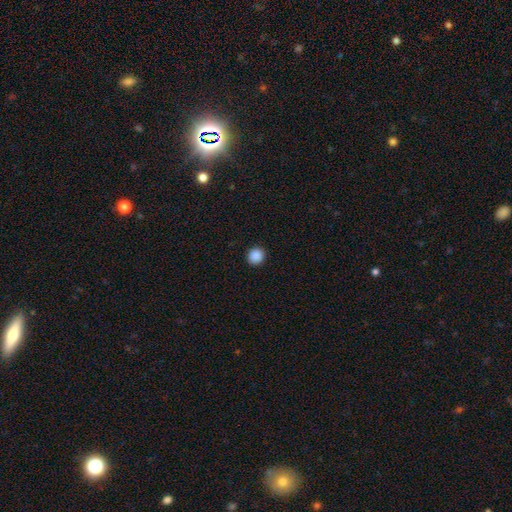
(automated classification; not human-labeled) Morphology: type=smooth (89%); roundness=round (88%); merging=none (92%).